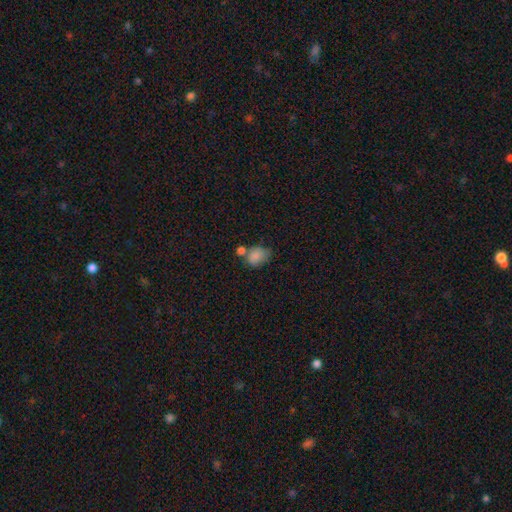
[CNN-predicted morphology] This is clearly a smooth galaxy (83%). How rounded: likely in between (64%). Merging: marginally none (38%).